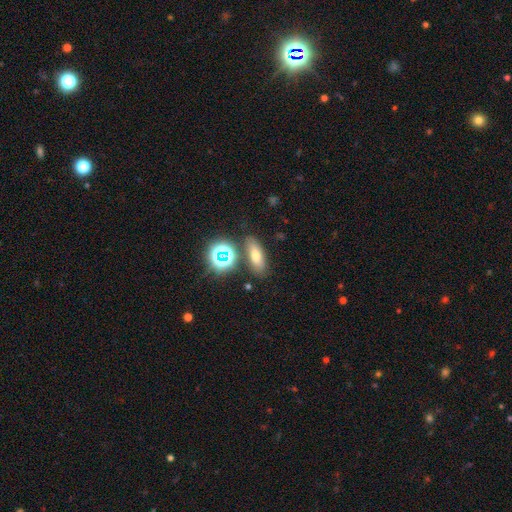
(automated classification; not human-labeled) Smooth or featured?
  - smooth: 60% *
  - star or artifact: 24%
  - featured or disk: 16%
How rounded?
  - in between: 64% *
  - cigar-shaped: 21%
  - round: 16%
Merging?
  - none: 78% *
  - minor disturbance: 10%
  - merger: 8%
  - major disturbance: 4%